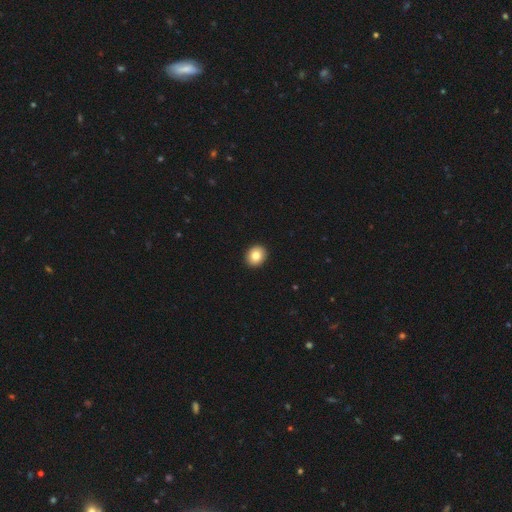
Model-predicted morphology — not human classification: Overall: smooth (82%). How rounded: round (69%; in between 30%). Merging: none (93%).